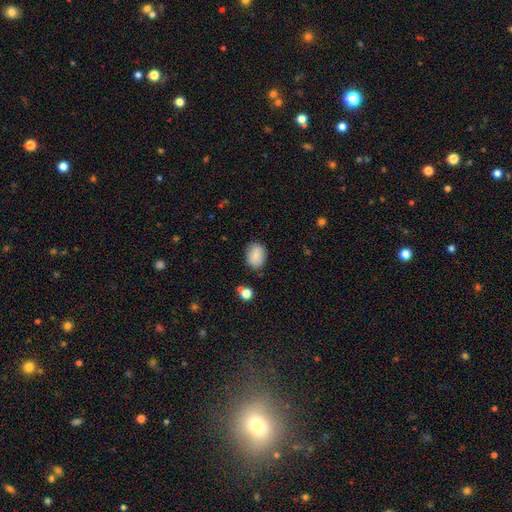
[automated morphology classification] The model was most divided on "how rounded": in between: 70%, round: 29%, cigar-shaped: 1%. More confident: smooth or featured — smooth (84%); merging — none (79%).